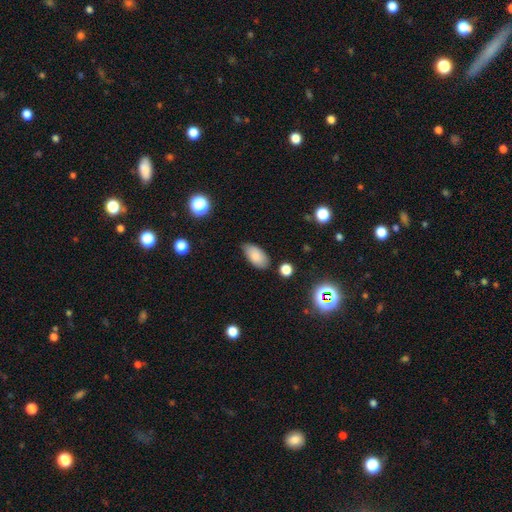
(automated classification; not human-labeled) This appears to be a smooth galaxy with no disk features (83%) that is in between round and cigar-shaped (93%). Merging: none (76%).